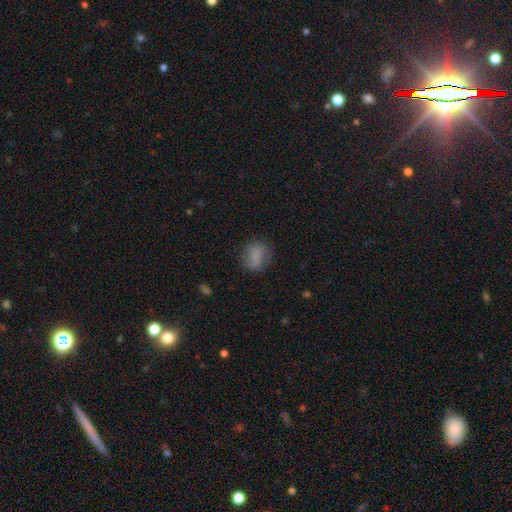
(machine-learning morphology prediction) Q: Smooth or featured?
A: smooth (75%); runner-up: featured or disk (15%)
Q: How rounded?
A: in between (51%); runner-up: round (45%)
Q: Merging?
A: none (74%); runner-up: minor disturbance (18%)